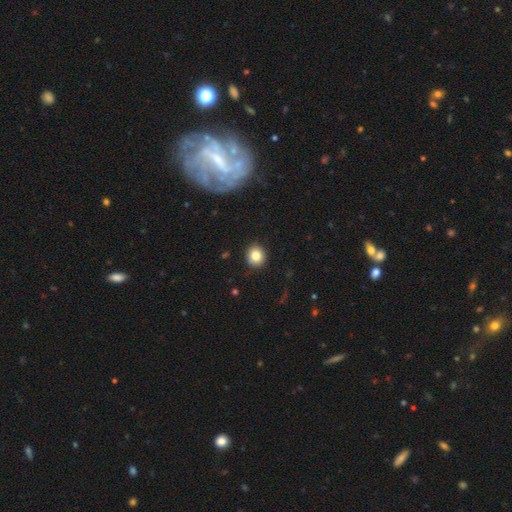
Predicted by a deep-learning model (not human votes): Smooth or featured? smooth (82%)
How rounded? round (80%)
Merging? none (88%)